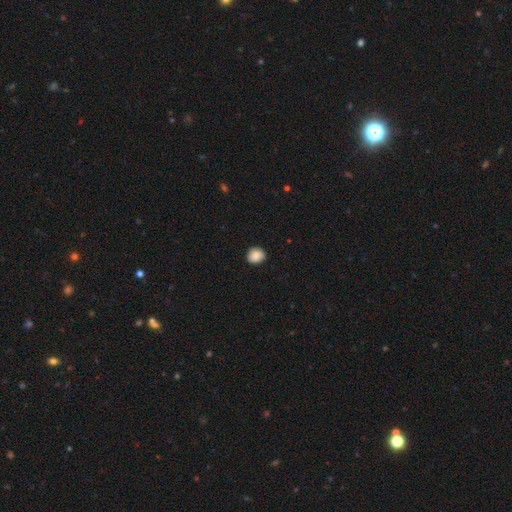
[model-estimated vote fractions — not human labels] Morphology: type=smooth (85%); roundness=round (80%); merging=none (87%).